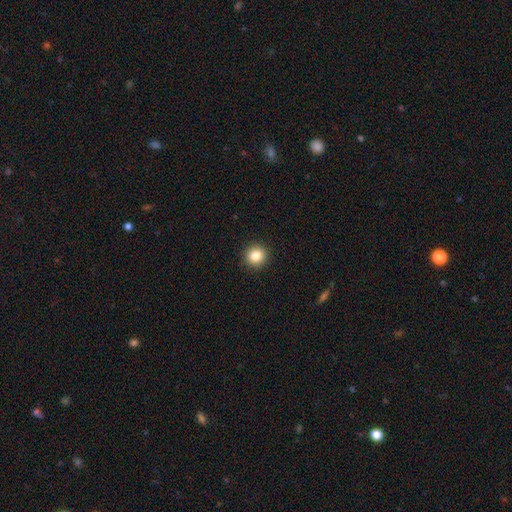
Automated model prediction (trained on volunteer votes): Overall: smooth (84%). How rounded: round (92%). Merging: none (93%).